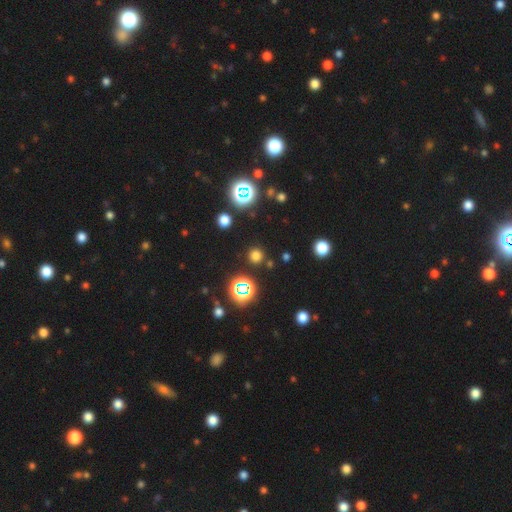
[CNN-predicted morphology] Smooth or featured: smooth — 65% (star or artifact — 29%)
How rounded: round — 94% (in between — 5%)
Merging: none — 87% (minor disturbance — 6%)